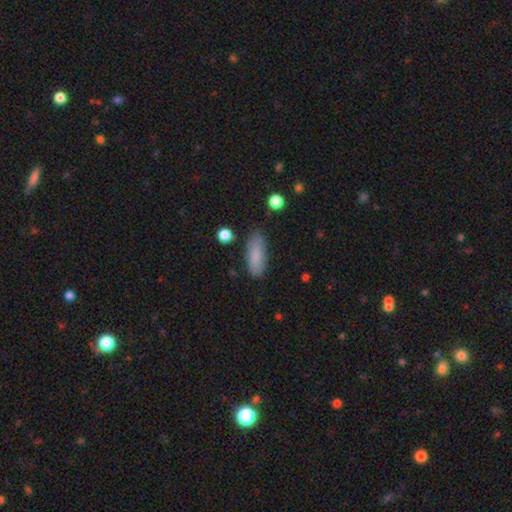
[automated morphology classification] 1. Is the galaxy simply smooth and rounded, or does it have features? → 84% smooth, 9% featured or disk, 7% star or artifact.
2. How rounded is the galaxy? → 70% in between, 28% cigar-shaped, 2% round.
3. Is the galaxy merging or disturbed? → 80% none, 15% minor disturbance, 3% major disturbance, 2% merger.